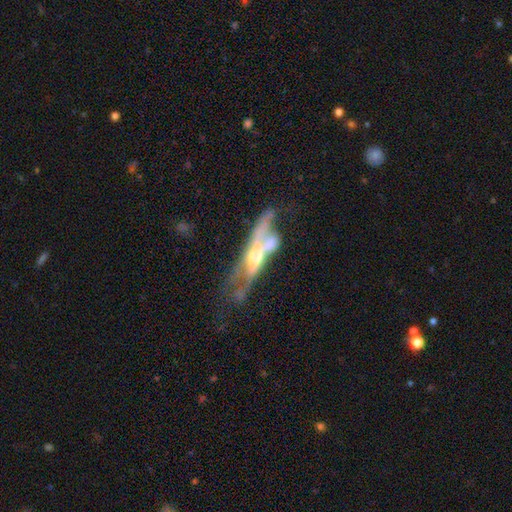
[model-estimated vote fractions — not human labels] smooth-or-featured: featured or disk: 75% | smooth: 18% | star or artifact: 7%
  disk-edge-on: no: 56% | yes: 44%
  merging: merger: 37% | major disturbance: 26% | none: 22% | minor disturbance: 14%